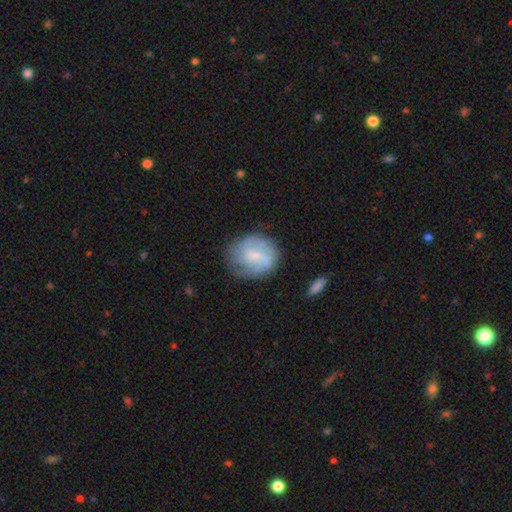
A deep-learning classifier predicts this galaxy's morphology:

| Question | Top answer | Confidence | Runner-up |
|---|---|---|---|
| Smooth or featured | featured or disk | 56% | smooth (37%) |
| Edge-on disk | no | 97% | yes (3%) |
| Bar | weak | 55% | no (31%) |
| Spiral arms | yes | 74% | no (26%) |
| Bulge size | small | 55% | moderate (23%) |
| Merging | none | 66% | minor disturbance (21%) |